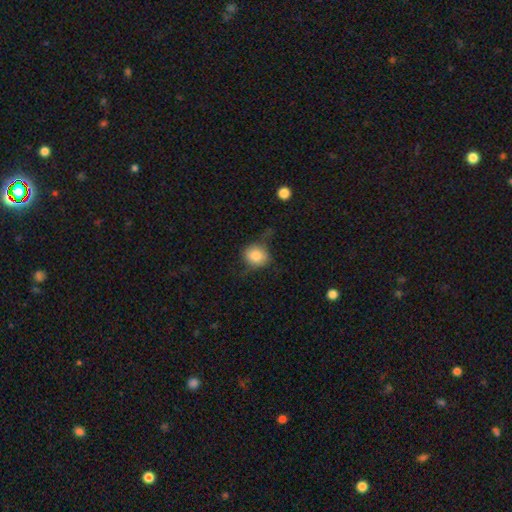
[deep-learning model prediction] A smooth galaxy with no disk features (80%) that is round (76%).

Vote fractions:
- Smooth or featured? smooth: 80% / featured or disk: 11% / star or artifact: 9%
- How rounded? round: 76% / in between: 23% / cigar-shaped: 1%
- Merging? none: 55% / minor disturbance: 28% / major disturbance: 14% / merger: 3%